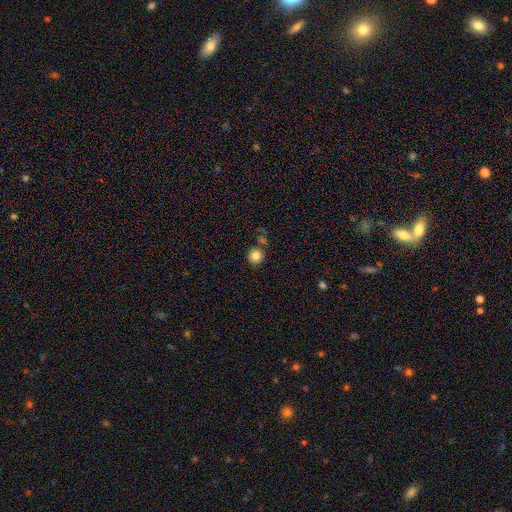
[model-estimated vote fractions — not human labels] smooth-or-featured: smooth: 83% | star or artifact: 11% | featured or disk: 6%
  how-rounded: round: 92% | in between: 7% | cigar-shaped: 1%
  merging: none: 80% | minor disturbance: 9% | merger: 8% | major disturbance: 3%